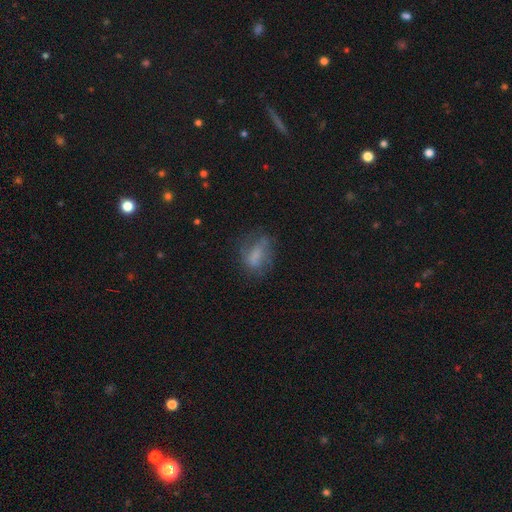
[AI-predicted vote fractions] Smooth or featured? Predicted: smooth (p=0.57). How rounded? Predicted: in between (p=0.74). Merging? Predicted: none (p=0.51).